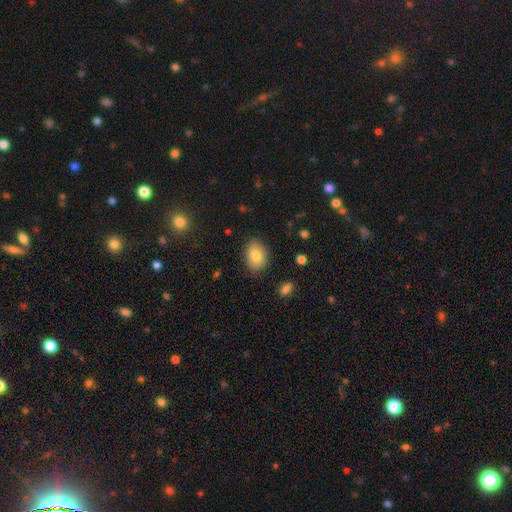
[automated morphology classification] Smooth or featured? Predicted: smooth (p=0.81). How rounded? Predicted: in between (p=0.74). Merging? Predicted: none (p=0.84).